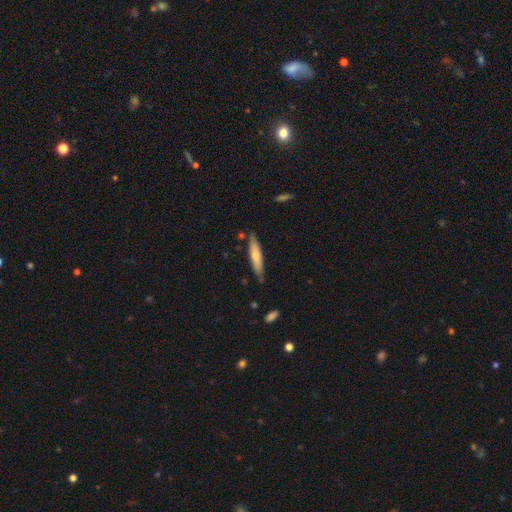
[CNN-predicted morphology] smooth-or-featured: smooth: 59% | featured or disk: 36% | star or artifact: 5%
  how-rounded: cigar-shaped: 84% | in between: 15% | round: 1%
  merging: none: 80% | minor disturbance: 15% | merger: 3% | major disturbance: 2%